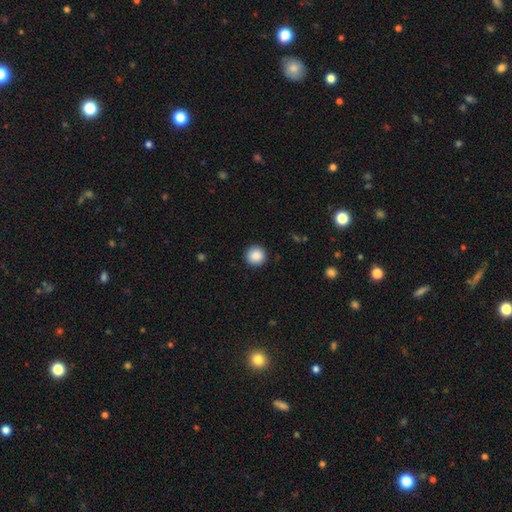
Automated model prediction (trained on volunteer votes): This appears to be a smooth galaxy with no disk features (89%) that is round (95%). Merging: none (92%).